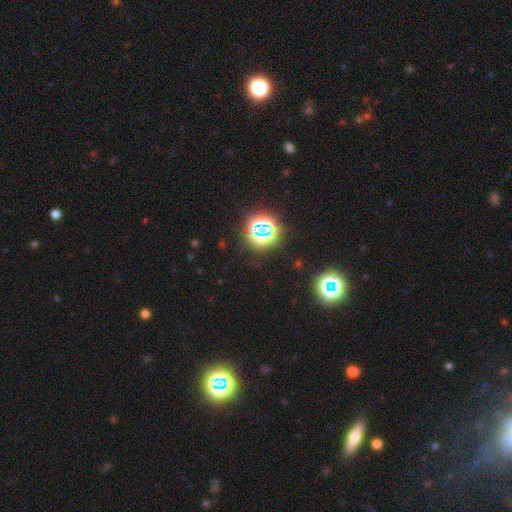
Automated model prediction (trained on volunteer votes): smooth_or_featured: star or artifact (p=0.71) [alt: smooth p=0.22]